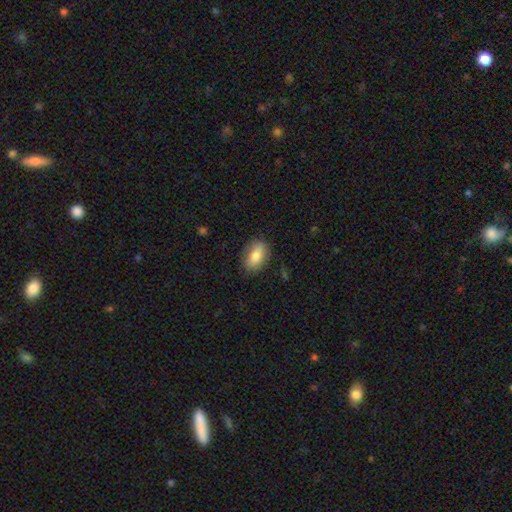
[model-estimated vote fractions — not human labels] A smooth galaxy with no disk features (82%) that is in between round and cigar-shaped (88%). Merging: none (81%).